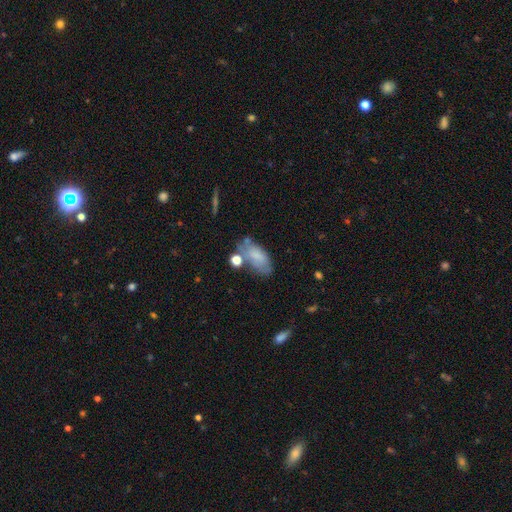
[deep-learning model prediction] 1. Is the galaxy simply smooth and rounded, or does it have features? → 72% smooth, 19% featured or disk, 9% star or artifact.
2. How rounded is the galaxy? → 90% in between, 6% cigar-shaped, 4% round.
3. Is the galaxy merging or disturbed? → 45% none, 27% minor disturbance, 15% merger, 14% major disturbance.